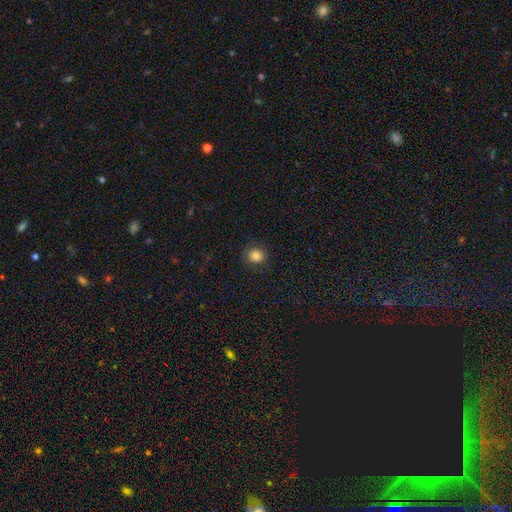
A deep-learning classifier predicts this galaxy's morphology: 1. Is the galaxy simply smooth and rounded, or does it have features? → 83% smooth, 12% star or artifact, 6% featured or disk.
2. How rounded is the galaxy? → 84% round, 15% in between, 1% cigar-shaped.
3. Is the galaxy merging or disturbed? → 86% none, 10% minor disturbance, 4% major disturbance, 1% merger.